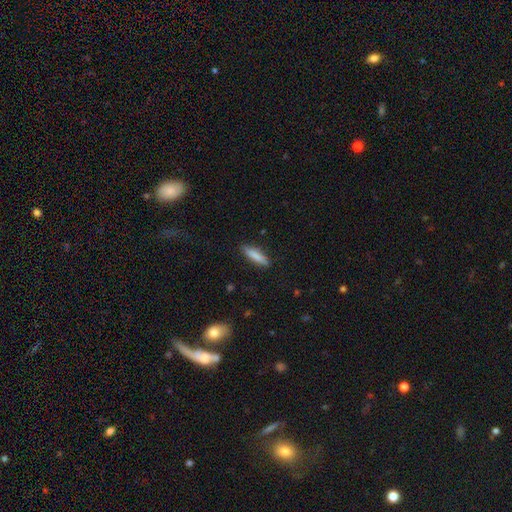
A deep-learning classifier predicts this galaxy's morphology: Smooth or featured? smooth (80%)
How rounded? cigar-shaped (73%)
Merging? none (84%)